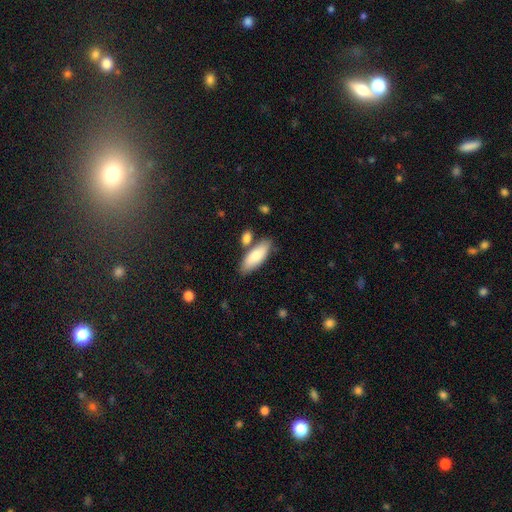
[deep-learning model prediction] A smooth galaxy with no disk features (79%) that is in between round and cigar-shaped (73%). Merging: none (71%).